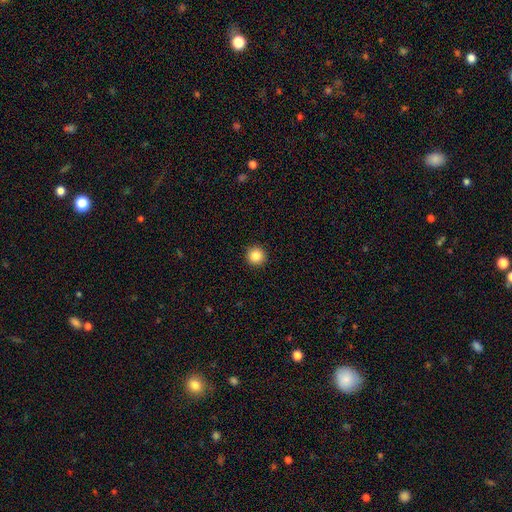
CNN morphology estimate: Q: Smooth or featured?
A: smooth (86%); runner-up: star or artifact (10%)
Q: How rounded?
A: round (96%); runner-up: in between (3%)
Q: Merging?
A: none (93%); runner-up: minor disturbance (5%)